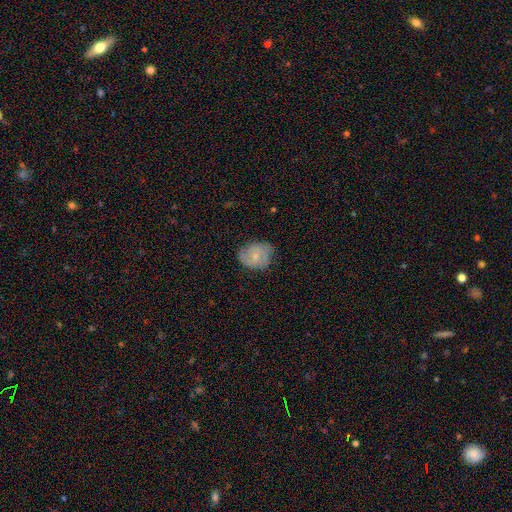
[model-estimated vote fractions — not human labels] Q: Smooth or featured?
A: smooth (48%); runner-up: featured or disk (45%)
Q: Merging?
A: none (67%); runner-up: minor disturbance (25%)